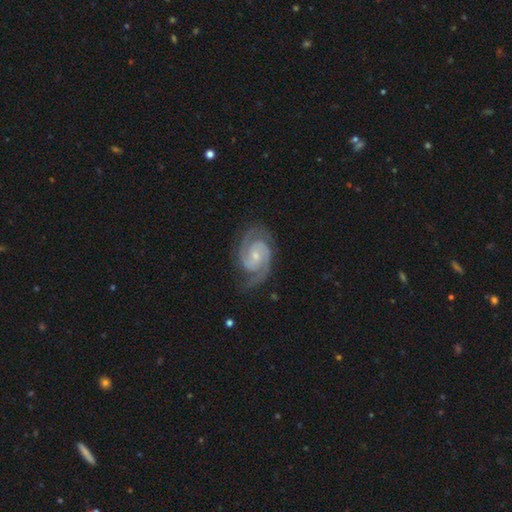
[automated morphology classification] This is clearly a featured or disk galaxy (93%). It is clearly not viewed edge-on (98%). Bar: possibly no (54%). Spiral arm pattern: clearly yes (99%). Spiral arm count: clearly 2 (87%). Spiral winding: possibly tight (52%). Central bulge: likely small (67%). Merging: likely none (77%).